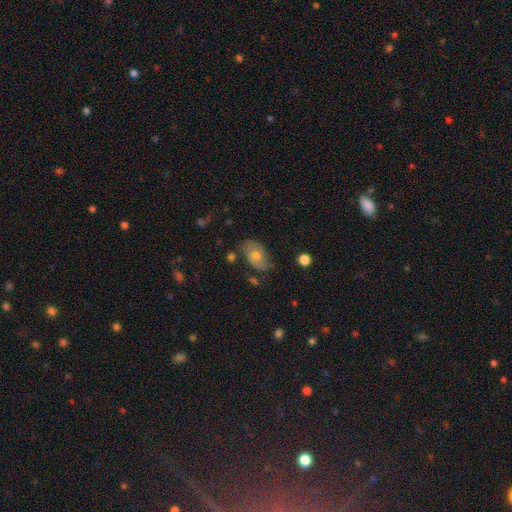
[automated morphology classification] smooth-or-featured: smooth: 54% | featured or disk: 36% | star or artifact: 10%
  how-rounded: in between: 87% | round: 11% | cigar-shaped: 2%
  merging: none: 68% | minor disturbance: 22% | major disturbance: 6% | merger: 3%